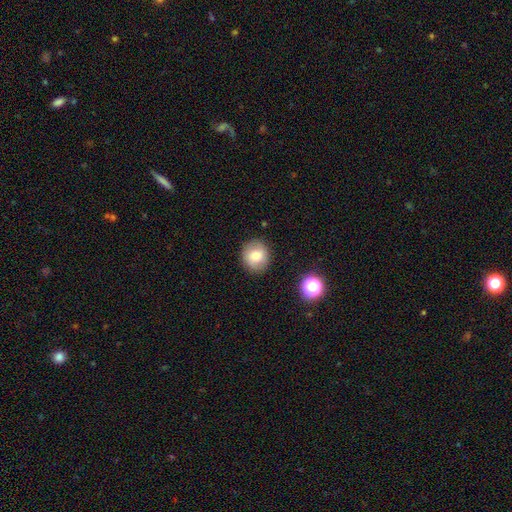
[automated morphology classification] smooth_or_featured: smooth (p=0.76) [alt: featured or disk p=0.13]
how_rounded: round (p=0.84) [alt: in between p=0.15]
merging: none (p=0.87) [alt: minor disturbance p=0.09]